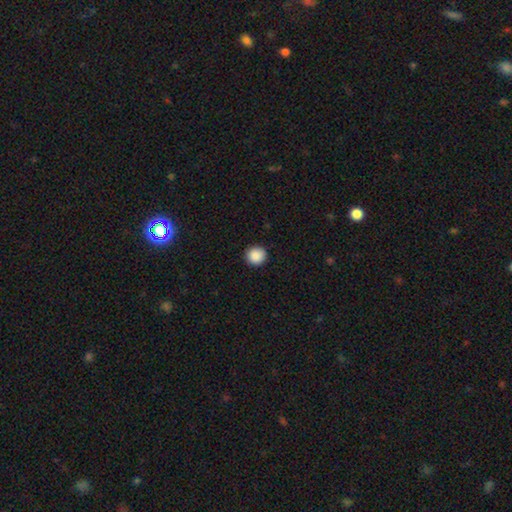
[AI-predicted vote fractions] Smooth or featured? Predicted: smooth (p=0.89). How rounded? Predicted: round (p=0.94). Merging? Predicted: none (p=0.92).